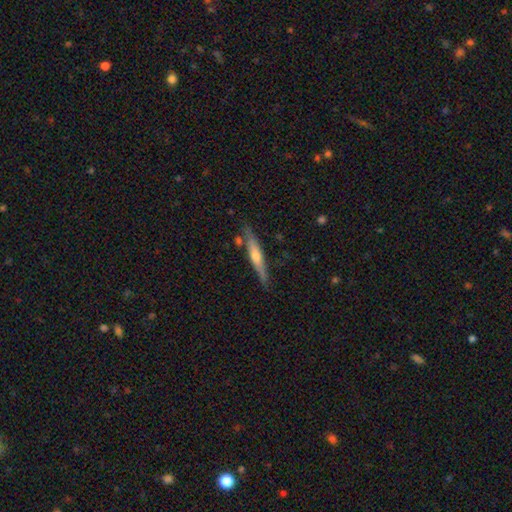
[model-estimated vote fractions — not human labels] Smooth or featured? featured or disk (59%)
Edge-on disk? yes (94%)
Edge-on bulge? rounded (79%)
Merging? none (80%)